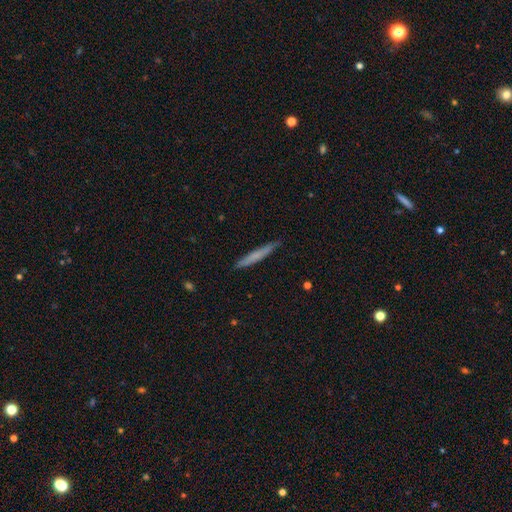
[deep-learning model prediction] smooth 63%, featured or disk 31%, star or artifact 6%. Down the decision tree: how rounded — cigar-shaped (96%); merging — none (87%).